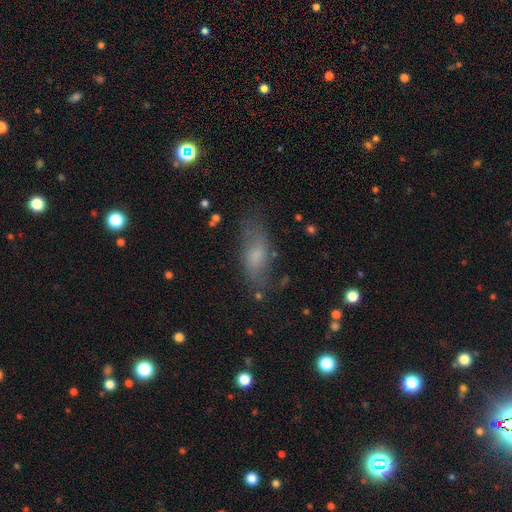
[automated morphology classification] smooth 59%, featured or disk 31%, star or artifact 11%. Down the decision tree: how rounded — in between (73%); merging — none (66%).